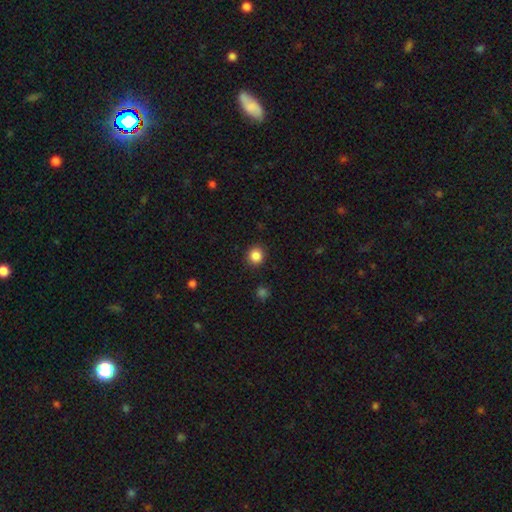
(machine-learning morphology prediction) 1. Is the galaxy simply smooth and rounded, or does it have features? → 86% smooth, 11% star or artifact, 4% featured or disk.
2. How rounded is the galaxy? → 90% round, 9% in between, 1% cigar-shaped.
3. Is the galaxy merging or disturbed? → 91% none, 6% minor disturbance, 2% major disturbance, 1% merger.